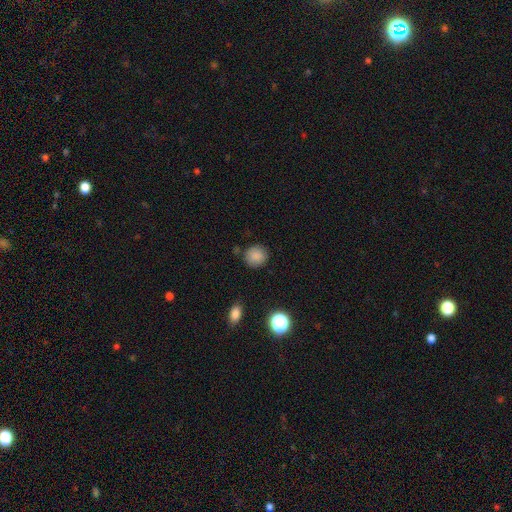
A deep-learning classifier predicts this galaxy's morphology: type=smooth (85%); roundness=round (89%); merging=none (86%).